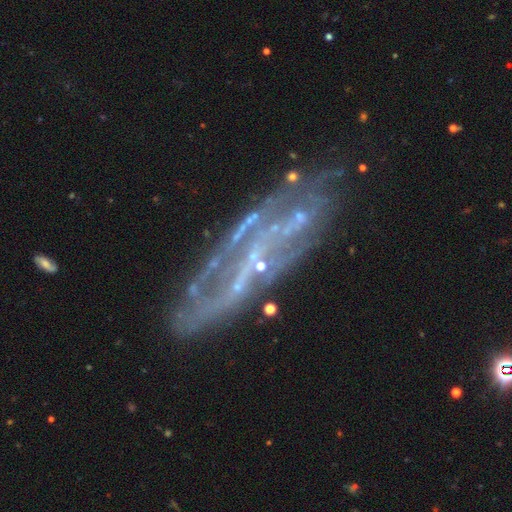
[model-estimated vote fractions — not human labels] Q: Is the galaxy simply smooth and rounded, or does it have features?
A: featured or disk — 78%.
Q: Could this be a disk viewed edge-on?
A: no — 79%.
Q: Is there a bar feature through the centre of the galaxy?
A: no — 45%.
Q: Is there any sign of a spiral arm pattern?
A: yes — 73%.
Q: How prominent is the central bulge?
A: small — 60%.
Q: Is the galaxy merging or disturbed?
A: none — 66%.